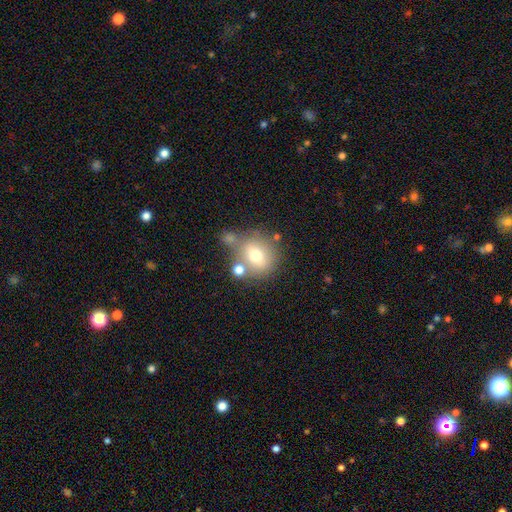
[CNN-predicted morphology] type=smooth (67%); roundness=round (82%); merging=none (61%).